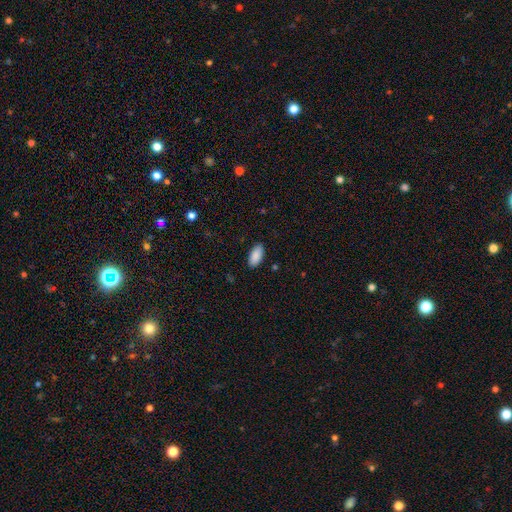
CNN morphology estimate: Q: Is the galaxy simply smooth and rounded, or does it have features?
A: smooth — 90%.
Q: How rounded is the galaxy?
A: in between — 93%.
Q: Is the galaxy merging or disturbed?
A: none — 89%.